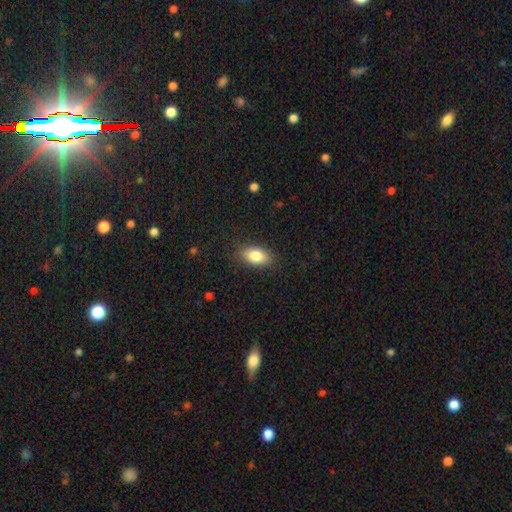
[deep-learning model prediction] A smooth galaxy with no disk features (82%) that is in between round and cigar-shaped (89%). Merging: none (84%).